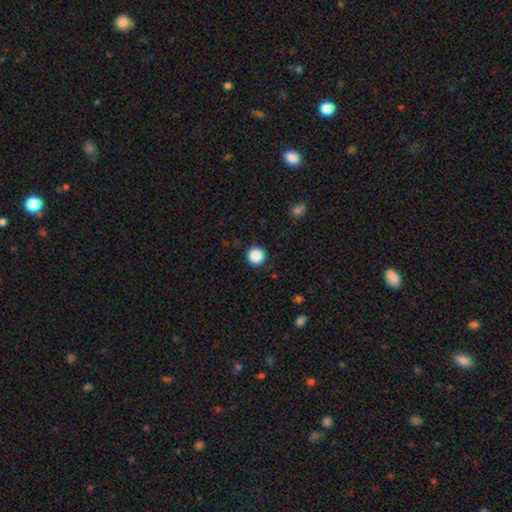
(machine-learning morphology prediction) Q: Smooth or featured?
A: smooth (88%); runner-up: star or artifact (10%)
Q: How rounded?
A: round (96%); runner-up: in between (3%)
Q: Merging?
A: none (92%); runner-up: minor disturbance (5%)